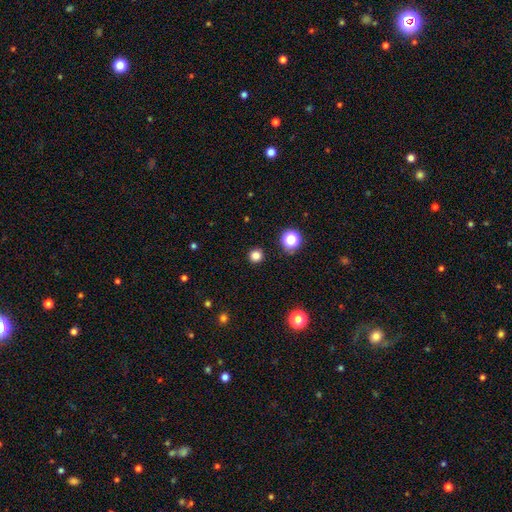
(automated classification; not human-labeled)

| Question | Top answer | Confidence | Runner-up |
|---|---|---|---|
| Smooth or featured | smooth | 81% | star or artifact (15%) |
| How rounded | round | 94% | in between (5%) |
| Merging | none | 92% | minor disturbance (5%) |